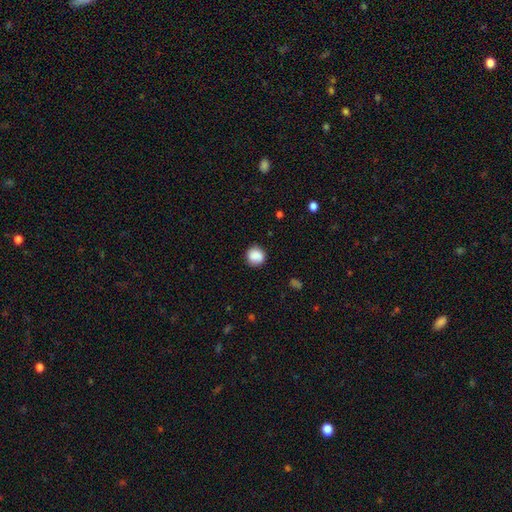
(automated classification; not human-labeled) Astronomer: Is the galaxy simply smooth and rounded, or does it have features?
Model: smooth — 86%.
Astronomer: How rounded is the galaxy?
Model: round — 89%.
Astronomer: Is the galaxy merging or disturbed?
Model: none — 82%.